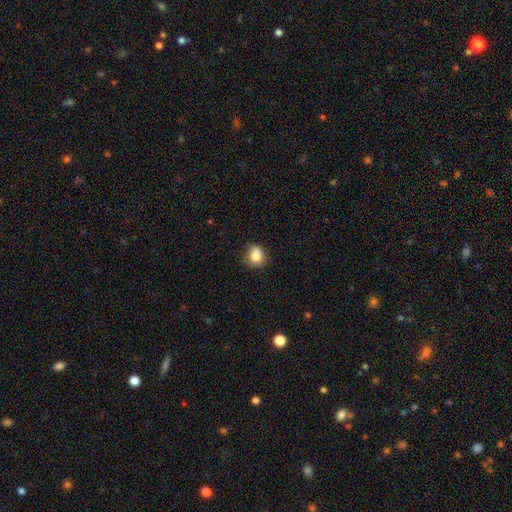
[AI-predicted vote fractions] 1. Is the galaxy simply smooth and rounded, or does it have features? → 83% smooth, 10% star or artifact, 7% featured or disk.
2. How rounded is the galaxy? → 63% round, 36% in between, 1% cigar-shaped.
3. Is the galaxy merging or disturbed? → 61% none, 27% minor disturbance, 7% major disturbance, 5% merger.